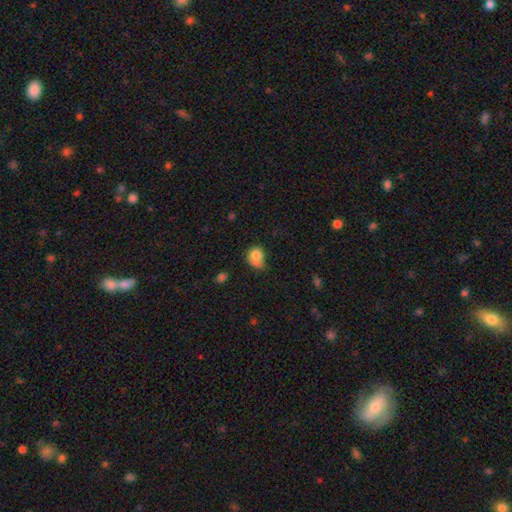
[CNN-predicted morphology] smooth-or-featured: smooth: 81% | star or artifact: 10% | featured or disk: 10%
  how-rounded: round: 59% | in between: 40% | cigar-shaped: 1%
  merging: minor disturbance: 42% | none: 36% | major disturbance: 18% | merger: 5%